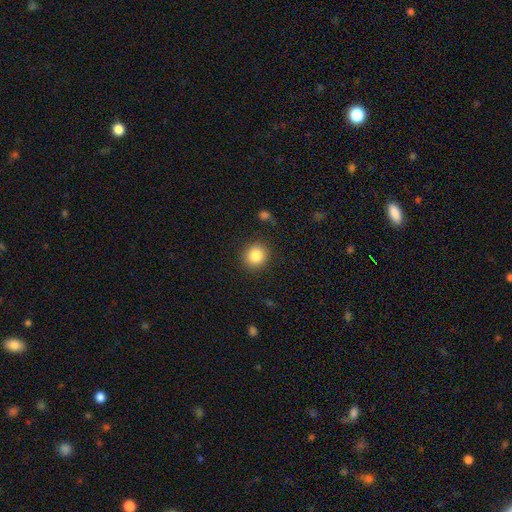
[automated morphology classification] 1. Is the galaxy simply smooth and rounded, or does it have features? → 84% smooth, 10% star or artifact, 6% featured or disk.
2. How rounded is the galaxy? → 88% round, 11% in between, 1% cigar-shaped.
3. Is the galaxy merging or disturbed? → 89% none, 7% minor disturbance, 3% major disturbance, 1% merger.